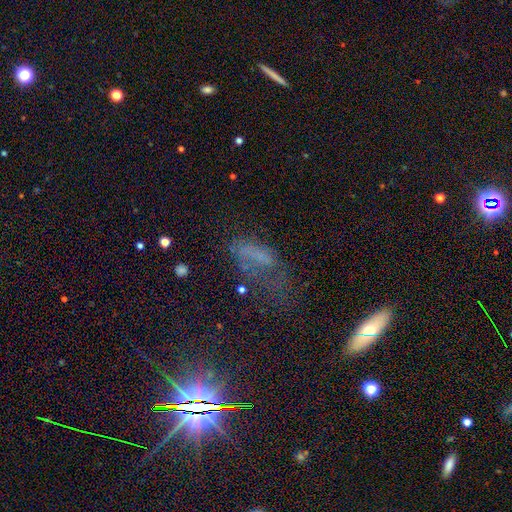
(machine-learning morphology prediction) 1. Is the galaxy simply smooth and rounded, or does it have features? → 38% smooth, 34% featured or disk, 28% star or artifact.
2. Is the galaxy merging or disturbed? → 38% major disturbance, 32% none, 24% minor disturbance, 6% merger.